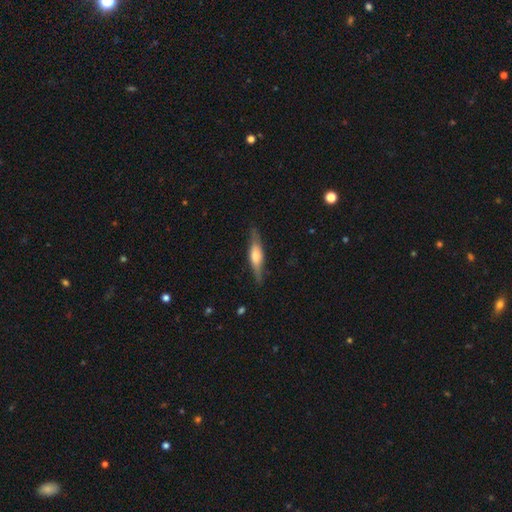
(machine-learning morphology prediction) Smooth or featured? Predicted: featured or disk (p=0.58). Edge-on disk? Predicted: yes (p=0.92). Edge-on bulge? Predicted: rounded (p=0.82). Merging? Predicted: none (p=0.84).